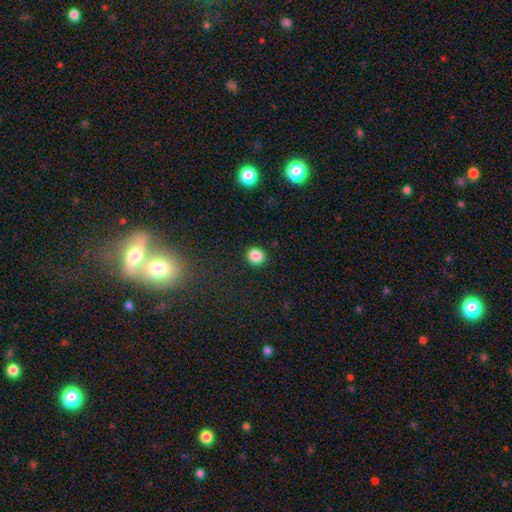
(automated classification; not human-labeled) The model was most divided on "how rounded": round: 80%, in between: 19%, cigar-shaped: 1%. More confident: merging — none (91%); smooth or featured — smooth (86%).